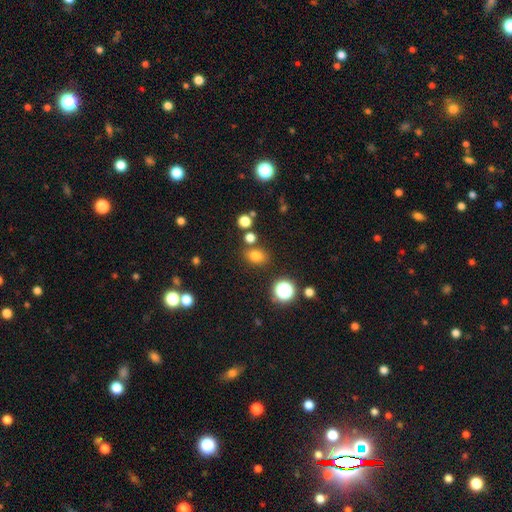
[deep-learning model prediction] Morphology: type=smooth (77%); roundness=in between (60%); merging=none (76%).